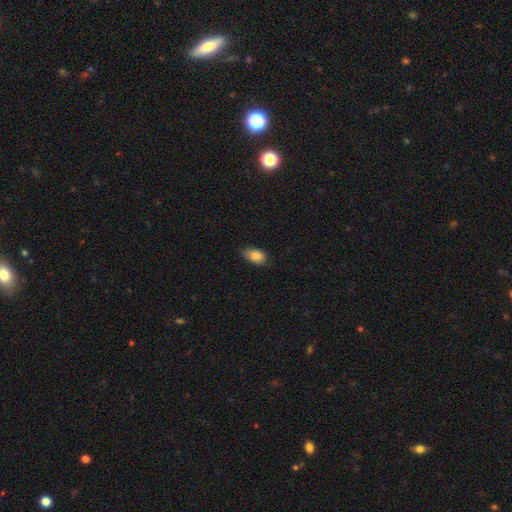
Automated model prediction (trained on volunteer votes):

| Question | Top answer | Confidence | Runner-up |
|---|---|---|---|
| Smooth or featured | smooth | 85% | star or artifact (7%) |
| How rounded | in between | 91% | round (7%) |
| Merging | none | 79% | minor disturbance (18%) |